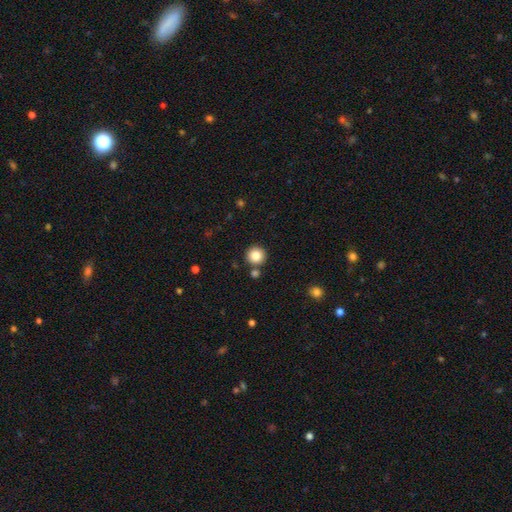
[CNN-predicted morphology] smooth_or_featured: smooth (p=0.84) [alt: star or artifact p=0.10]
how_rounded: round (p=0.95) [alt: in between p=0.04]
merging: none (p=0.85) [alt: merger p=0.07]